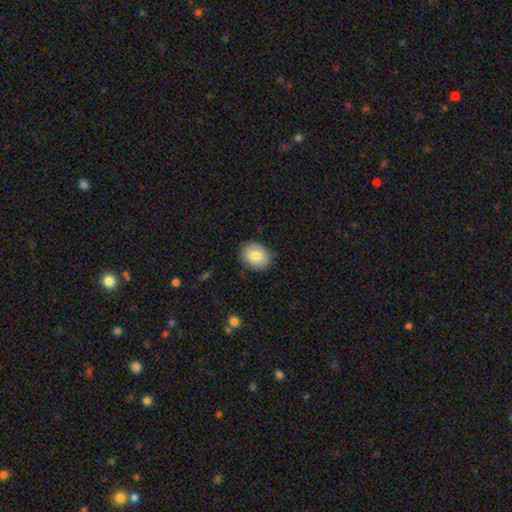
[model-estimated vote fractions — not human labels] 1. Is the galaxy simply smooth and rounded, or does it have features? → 82% smooth, 11% featured or disk, 8% star or artifact.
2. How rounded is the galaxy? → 51% in between, 48% round, 1% cigar-shaped.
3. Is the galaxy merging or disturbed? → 86% none, 11% minor disturbance, 2% major disturbance, 1% merger.